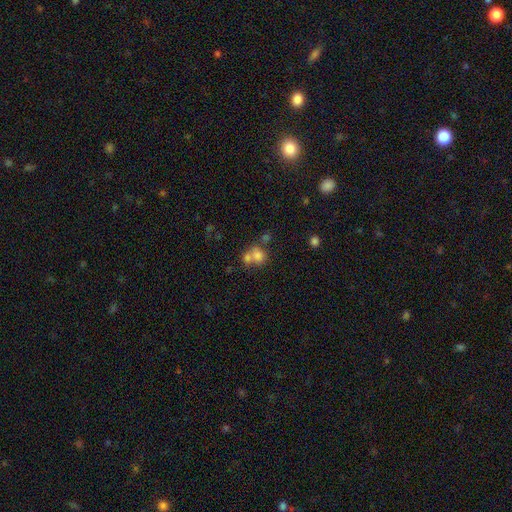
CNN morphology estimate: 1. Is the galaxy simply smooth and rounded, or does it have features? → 73% smooth, 14% featured or disk, 13% star or artifact.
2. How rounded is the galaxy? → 68% round, 31% in between, 1% cigar-shaped.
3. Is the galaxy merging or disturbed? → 52% merger, 35% none, 8% minor disturbance, 5% major disturbance.